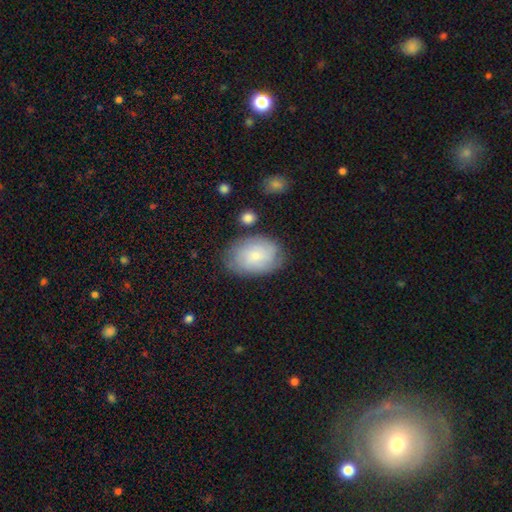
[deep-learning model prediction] Morphology: type=smooth (67%); roundness=in between (84%); merging=none (74%).